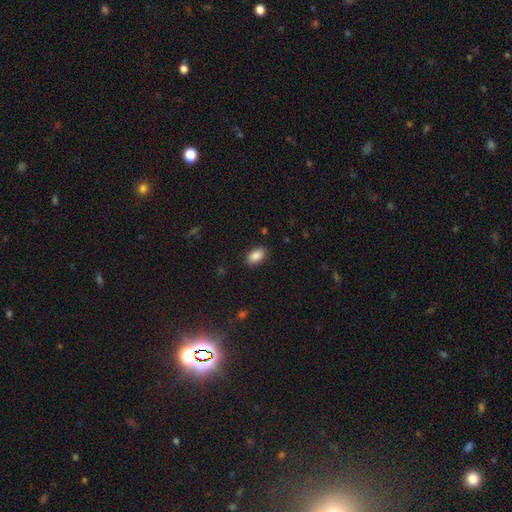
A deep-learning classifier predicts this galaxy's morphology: This appears to be a smooth galaxy with no disk features (89%) that is in between round and cigar-shaped (91%). Merging: none (88%).